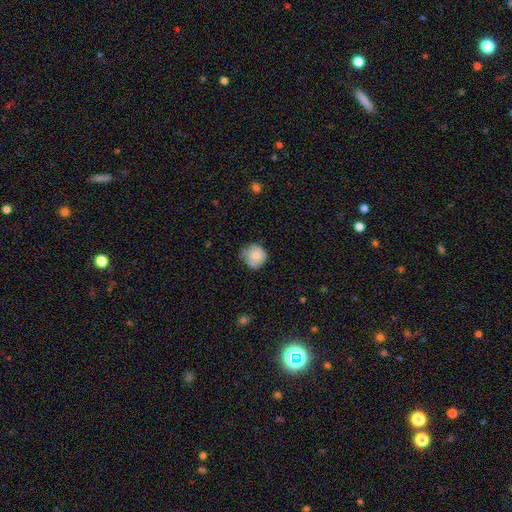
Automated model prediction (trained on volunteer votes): smooth_or_featured: smooth (p=0.75) [alt: featured or disk p=0.18]
how_rounded: round (p=0.88) [alt: in between p=0.11]
merging: none (p=0.59) [alt: minor disturbance p=0.31]